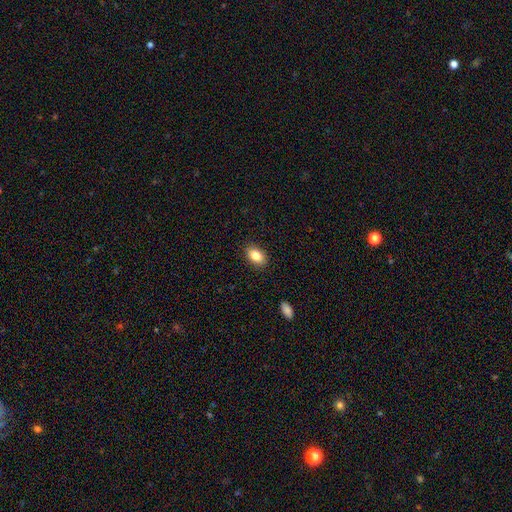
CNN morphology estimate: Smooth or featured?
  - smooth: 83% *
  - featured or disk: 9%
  - star or artifact: 8%
How rounded?
  - in between: 87% *
  - round: 11%
  - cigar-shaped: 2%
Merging?
  - none: 89% *
  - minor disturbance: 8%
  - major disturbance: 2%
  - merger: 1%